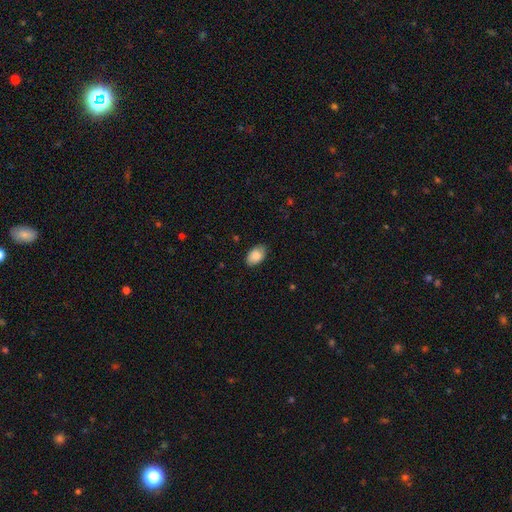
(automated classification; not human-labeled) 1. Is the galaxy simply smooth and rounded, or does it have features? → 84% smooth, 10% featured or disk, 7% star or artifact.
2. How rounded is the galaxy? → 92% in between, 7% round, 1% cigar-shaped.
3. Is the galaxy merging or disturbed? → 80% none, 16% minor disturbance, 3% major disturbance, 1% merger.